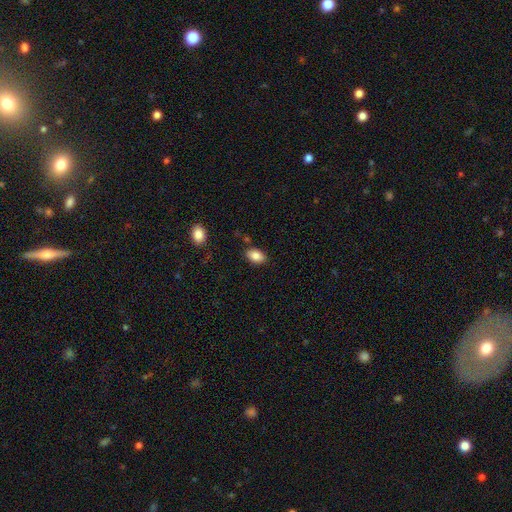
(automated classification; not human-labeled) The model was most divided on "merging": none: 83%, minor disturbance: 11%, merger: 3%, major disturbance: 3%. More confident: how rounded — in between (88%); smooth or featured — smooth (86%).